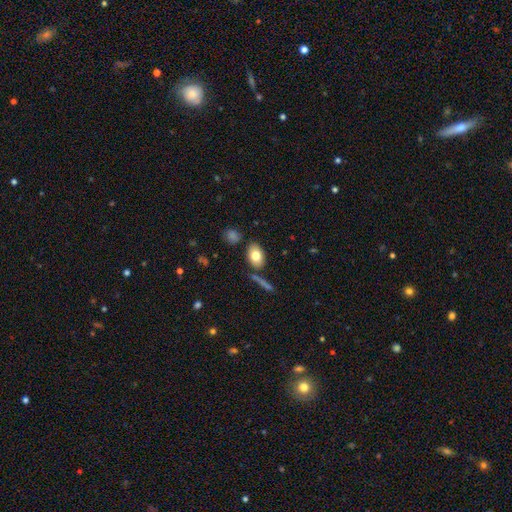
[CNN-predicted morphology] Smooth or featured: smooth — 77% (featured or disk — 15%)
How rounded: in between — 85% (round — 13%)
Merging: none — 78% (minor disturbance — 12%)